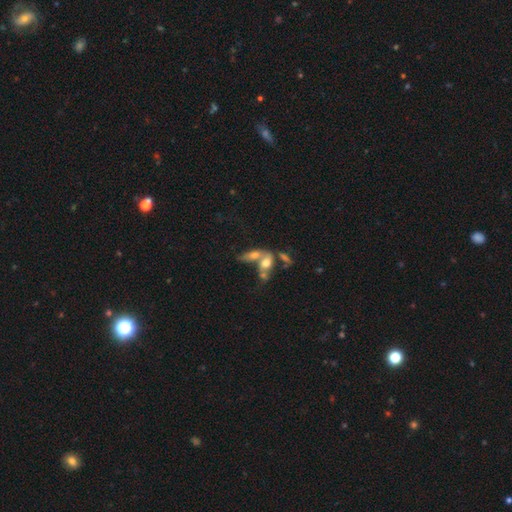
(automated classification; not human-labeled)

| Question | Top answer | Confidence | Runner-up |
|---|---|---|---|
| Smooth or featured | featured or disk | 43% | smooth (33%) |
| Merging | merger | 54% | none (26%) |